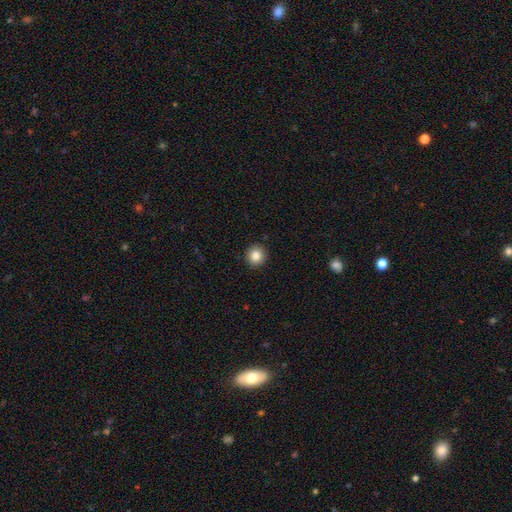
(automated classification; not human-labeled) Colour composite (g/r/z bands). It shows a smooth galaxy with no disk features (85%) that is round (91%). Merging: none (92%).